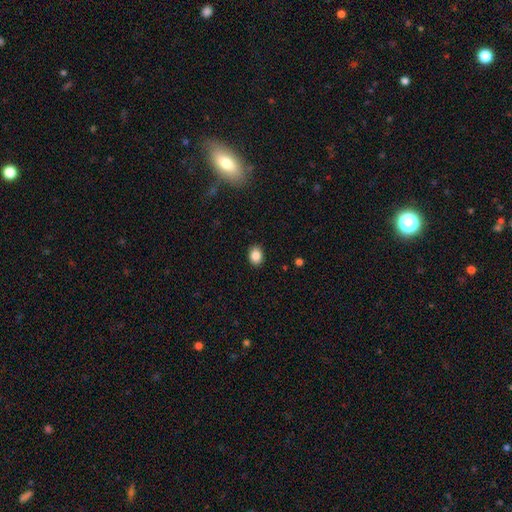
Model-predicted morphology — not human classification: Smooth or featured?
  - smooth: 87% *
  - star or artifact: 9%
  - featured or disk: 4%
How rounded?
  - in between: 62% *
  - round: 37%
  - cigar-shaped: 1%
Merging?
  - none: 89% *
  - minor disturbance: 8%
  - major disturbance: 2%
  - merger: 1%